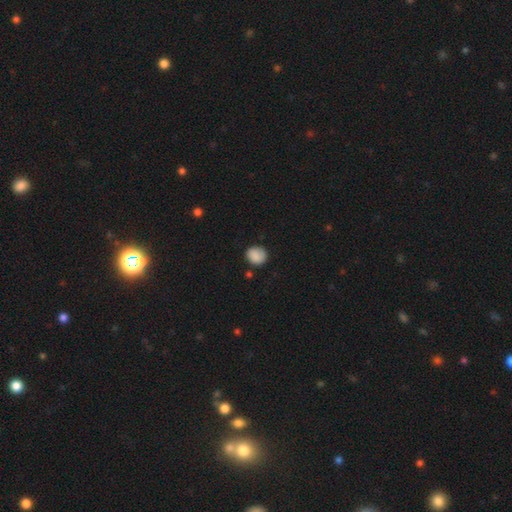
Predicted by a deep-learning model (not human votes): A smooth galaxy with no disk features (86%) that is round (77%). Merging: none (77%).